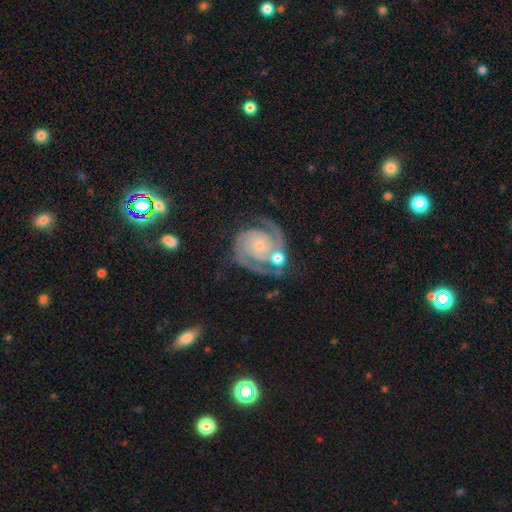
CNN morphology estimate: Overall: featured or disk (91%). Edge-on disk: no (98%). Bar: no (74%). Spiral arms: yes (98%). Spiral arm count: 2 (86%). Spiral winding: tight (68%). Bulge size: small (72%). Merging: none (68%).